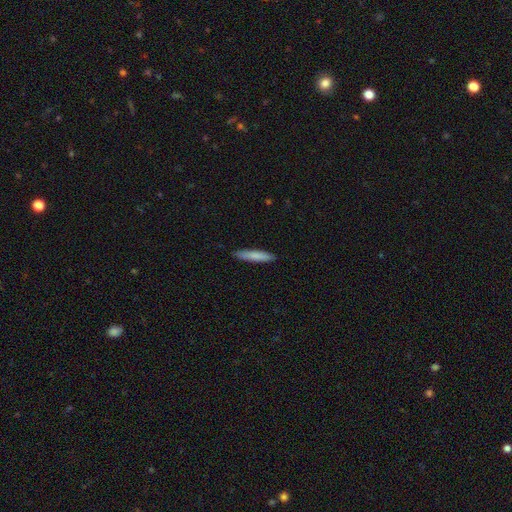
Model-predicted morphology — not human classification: Smooth or featured? smooth (81%)
How rounded? cigar-shaped (91%)
Merging? none (89%)